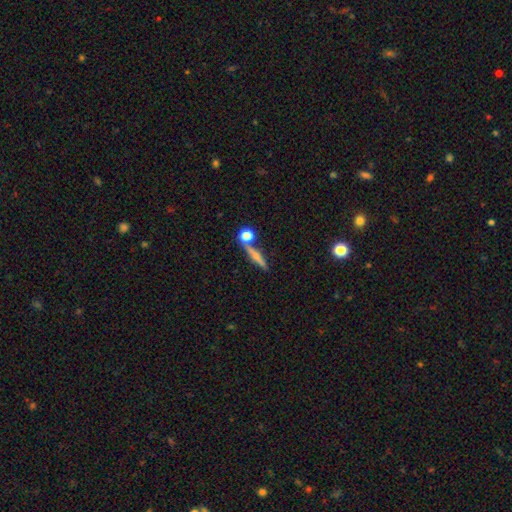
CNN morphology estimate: type=smooth (47%); merging=none (64%).